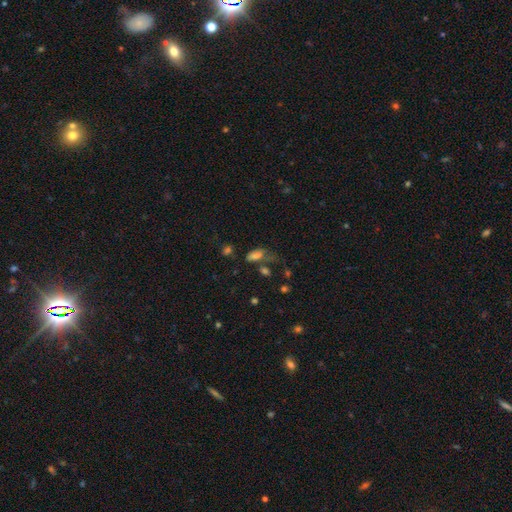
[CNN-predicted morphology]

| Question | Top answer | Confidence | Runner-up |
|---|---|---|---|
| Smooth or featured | smooth | 69% | star or artifact (19%) |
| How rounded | in between | 81% | cigar-shaped (13%) |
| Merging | none | 42% | minor disturbance (21%) |